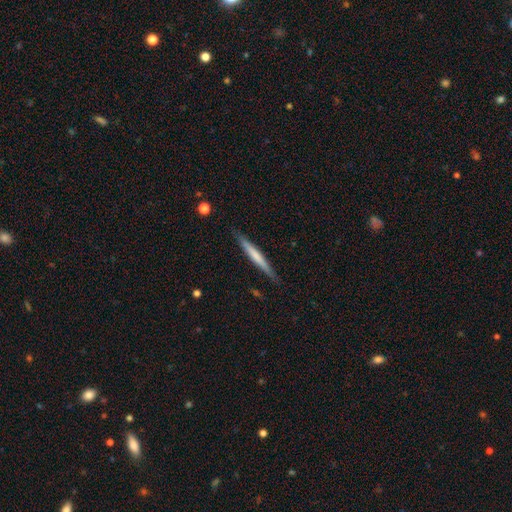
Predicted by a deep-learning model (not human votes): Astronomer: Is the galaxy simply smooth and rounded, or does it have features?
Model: smooth — 52% (runner-up: featured or disk, 43%).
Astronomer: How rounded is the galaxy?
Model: cigar-shaped — 96%.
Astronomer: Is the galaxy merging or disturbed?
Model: none — 89%.